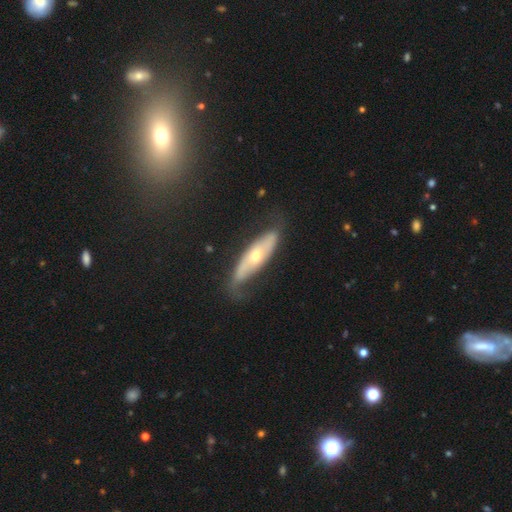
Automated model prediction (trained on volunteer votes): This appears to be a featured or disk galaxy (67%). Merging: none (59%).